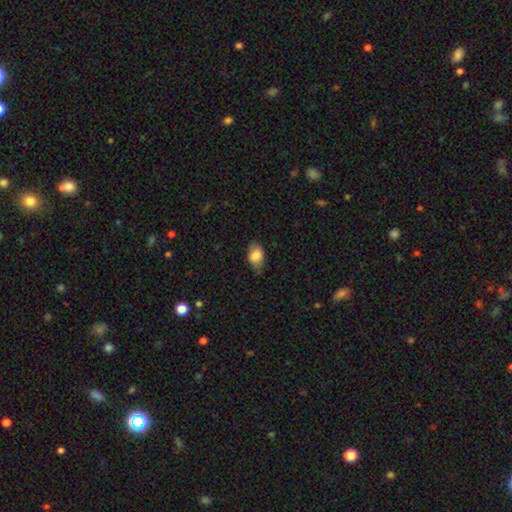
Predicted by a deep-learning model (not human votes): smooth 82%, featured or disk 11%, star or artifact 7%. Down the decision tree: how rounded — in between (88%); merging — none (71%).